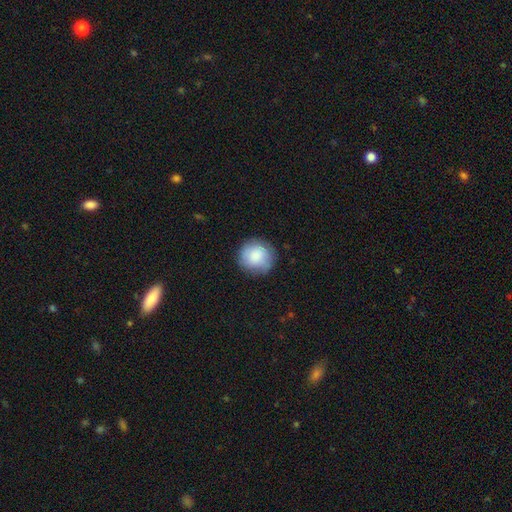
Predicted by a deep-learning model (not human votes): This is clearly a smooth galaxy (85%). How rounded: clearly round (91%). Merging: clearly none (82%).